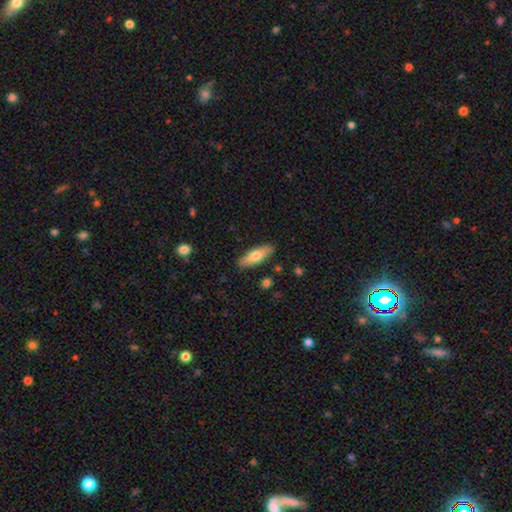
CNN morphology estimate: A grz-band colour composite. It shows a smooth galaxy with no disk features (67%) that is in between round and cigar-shaped (60%). Merging: none (87%).